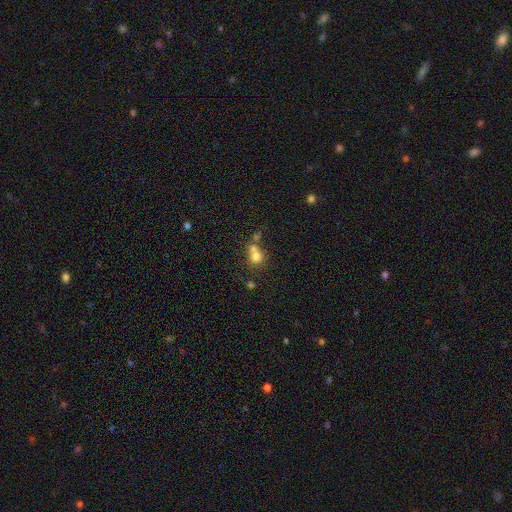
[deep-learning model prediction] Q: Smooth or featured?
A: smooth (72%); runner-up: featured or disk (15%)
Q: How rounded?
A: round (79%); runner-up: in between (20%)
Q: Merging?
A: merger (52%); runner-up: none (35%)